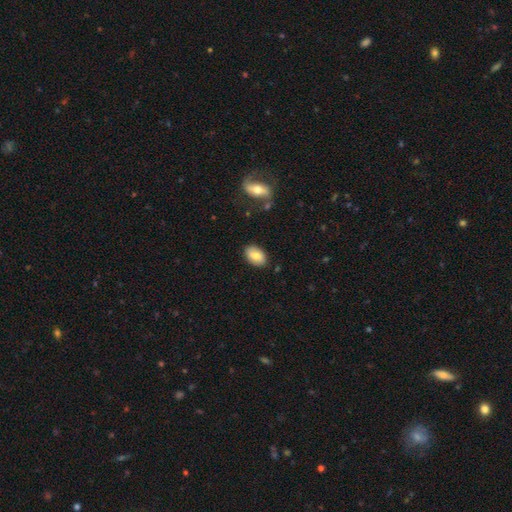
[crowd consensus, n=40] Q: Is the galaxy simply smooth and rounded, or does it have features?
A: smooth — 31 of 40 (78%).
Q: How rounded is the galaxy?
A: in between — 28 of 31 (90%).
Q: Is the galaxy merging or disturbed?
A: none — 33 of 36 (92%).